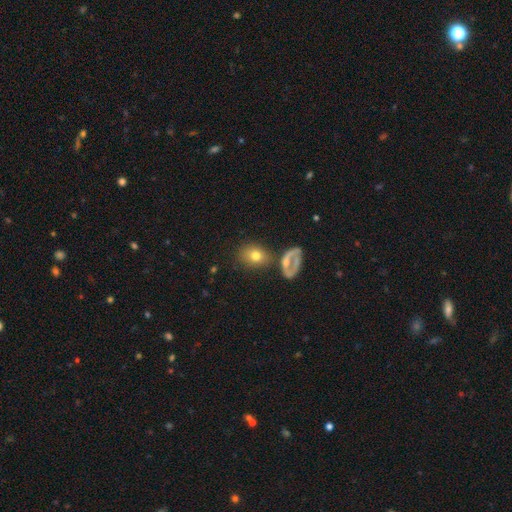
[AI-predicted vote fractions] Smooth or featured?
  - smooth: 68% *
  - featured or disk: 21%
  - star or artifact: 10%
How rounded?
  - in between: 52% *
  - round: 46%
  - cigar-shaped: 2%
Merging?
  - none: 62% *
  - merger: 16%
  - minor disturbance: 14%
  - major disturbance: 8%